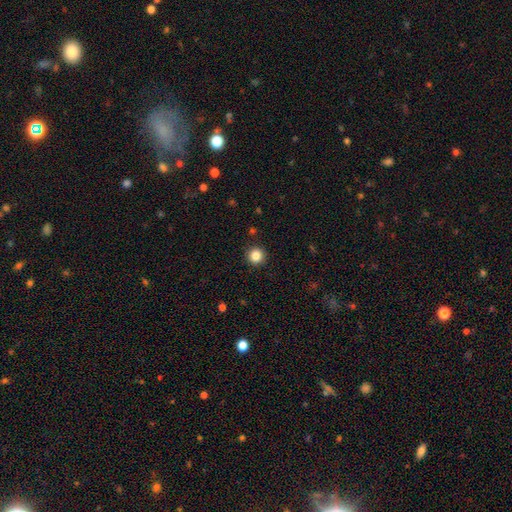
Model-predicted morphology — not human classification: A smooth galaxy with no disk features (85%) that is round (96%). Merging: none (93%).